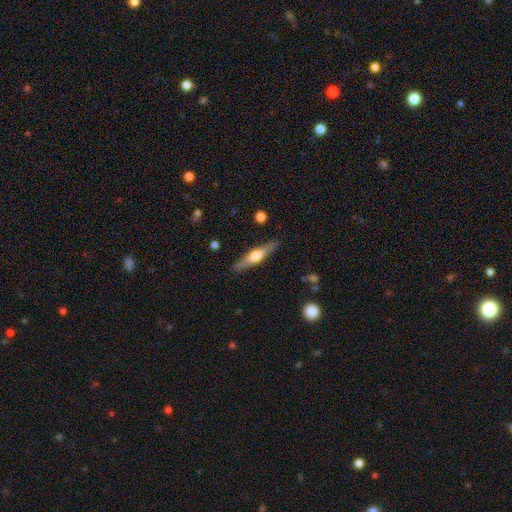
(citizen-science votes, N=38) featured or disk 63%, smooth 32%, star or artifact 5%. Down the decision tree: edge-on disk — yes (100%); edge-on bulge — rounded (100%); merging — none (89%).